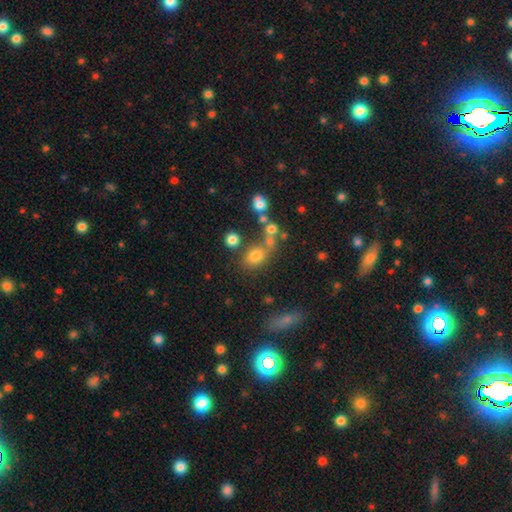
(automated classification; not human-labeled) Smooth or featured?
  - smooth: 73% *
  - star or artifact: 16%
  - featured or disk: 11%
How rounded?
  - in between: 50% *
  - round: 48%
  - cigar-shaped: 2%
Merging?
  - none: 57% *
  - merger: 23%
  - minor disturbance: 13%
  - major disturbance: 7%